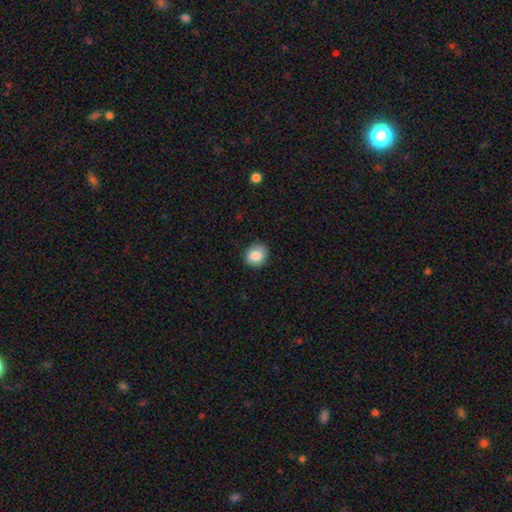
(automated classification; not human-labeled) A smooth galaxy with no disk features (84%) that is round (81%).

Vote fractions:
- Smooth or featured? smooth: 84% / star or artifact: 9% / featured or disk: 7%
- How rounded? round: 81% / in between: 18% / cigar-shaped: 1%
- Merging? none: 86% / minor disturbance: 11% / major disturbance: 2% / merger: 1%